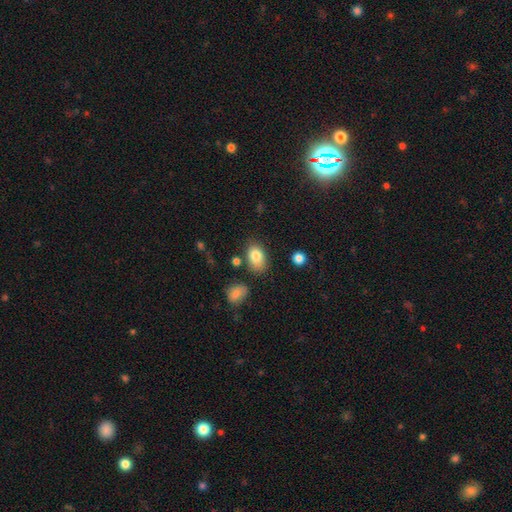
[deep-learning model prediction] Morphology: type=smooth (82%); roundness=in between (87%); merging=none (73%).